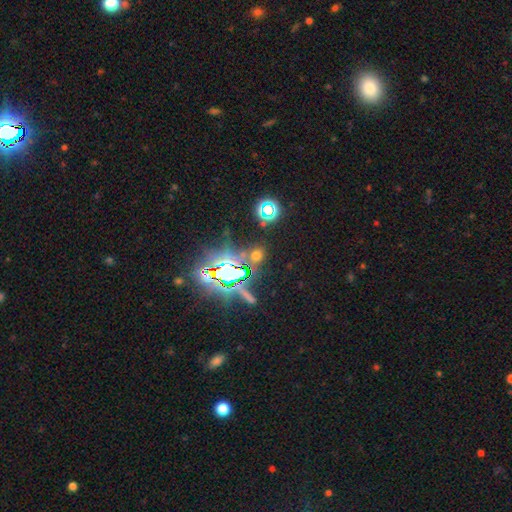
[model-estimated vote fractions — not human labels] A star or artifact, not a galaxy (52%).

Vote fractions:
- Smooth or featured? star or artifact: 52% / smooth: 40% / featured or disk: 9%